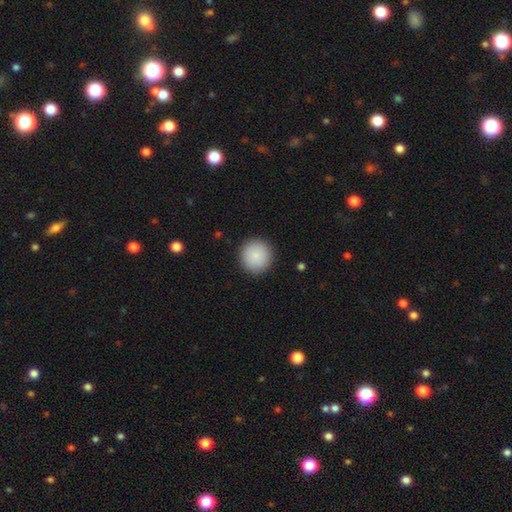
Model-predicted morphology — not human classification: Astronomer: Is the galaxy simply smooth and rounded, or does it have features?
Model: smooth — 88%.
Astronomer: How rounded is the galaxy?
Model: round — 95%.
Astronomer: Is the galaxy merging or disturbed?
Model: none — 92%.